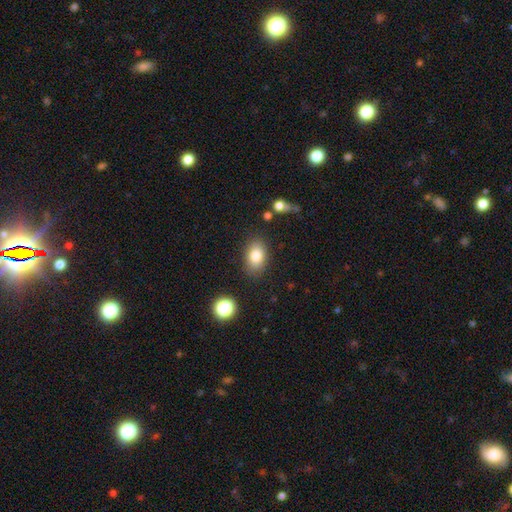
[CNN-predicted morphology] A smooth galaxy with no disk features (82%) that is in between round and cigar-shaped (85%).

Vote fractions:
- Smooth or featured? smooth: 82% / featured or disk: 9% / star or artifact: 9%
- How rounded? in between: 85% / round: 14% / cigar-shaped: 1%
- Merging? none: 83% / minor disturbance: 11% / major disturbance: 3% / merger: 2%